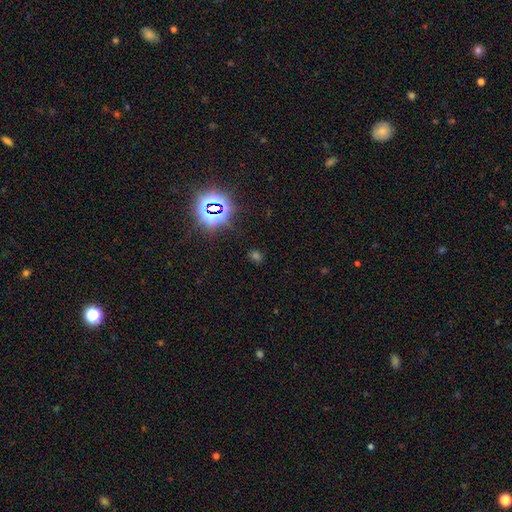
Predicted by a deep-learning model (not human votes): The model was most divided on "smooth or featured": star or artifact: 61%, smooth: 32%, featured or disk: 7%.